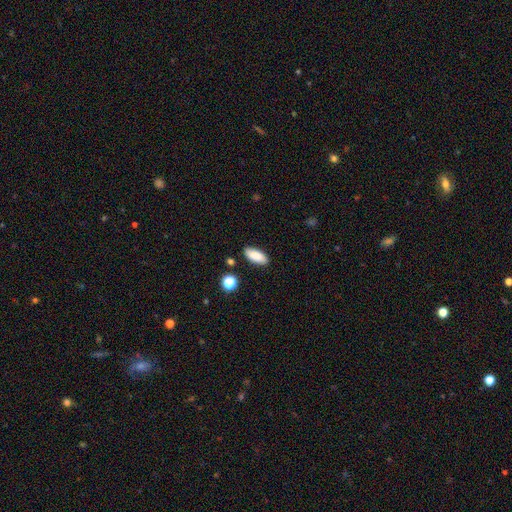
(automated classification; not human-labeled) Smooth or featured? Predicted: smooth (p=0.85). How rounded? Predicted: in between (p=0.81). Merging? Predicted: none (p=0.85).